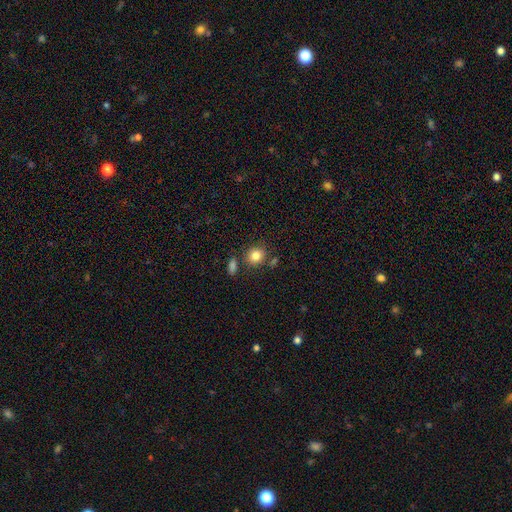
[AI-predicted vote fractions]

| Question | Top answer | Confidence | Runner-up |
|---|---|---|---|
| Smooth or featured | smooth | 84% | star or artifact (10%) |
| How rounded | round | 78% | in between (21%) |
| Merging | none | 76% | minor disturbance (11%) |